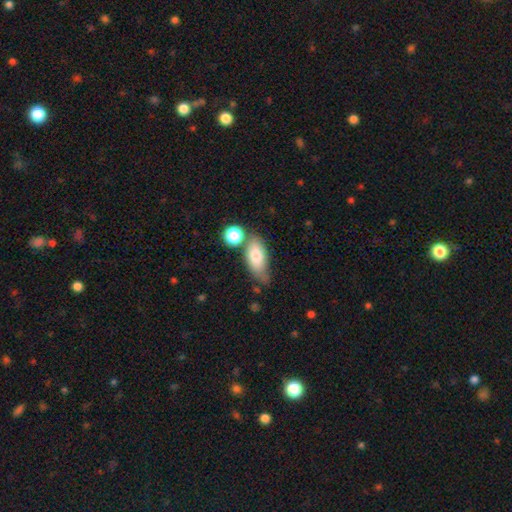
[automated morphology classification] Smooth or featured? Predicted: smooth (p=0.78). How rounded? Predicted: in between (p=0.83). Merging? Predicted: none (p=0.45).